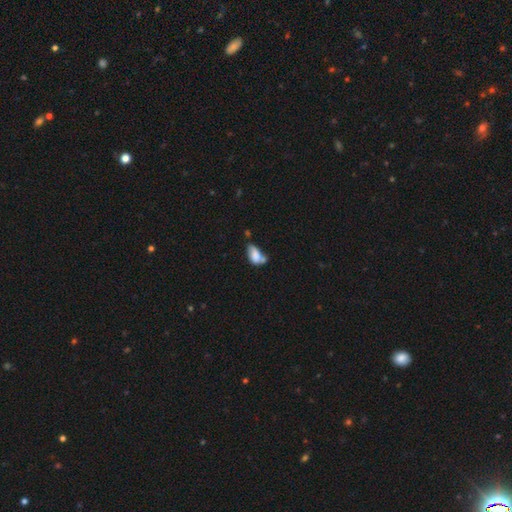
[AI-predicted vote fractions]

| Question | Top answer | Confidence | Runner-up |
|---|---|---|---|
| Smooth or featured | smooth | 72% | featured or disk (19%) |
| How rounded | in between | 90% | round (7%) |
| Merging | merger | 32% | none (27%) |